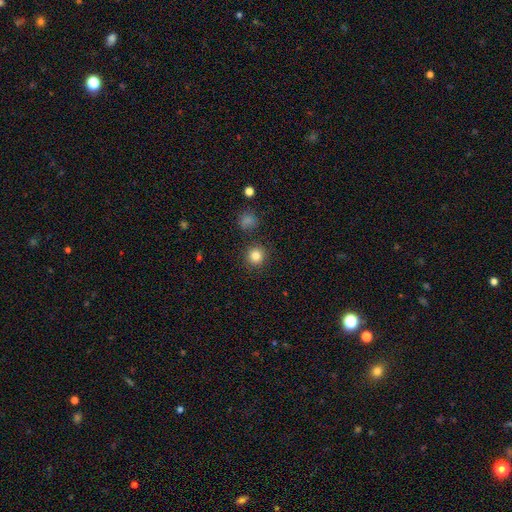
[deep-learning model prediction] This is clearly a smooth galaxy (84%). How rounded: clearly round (93%). Merging: clearly none (89%).